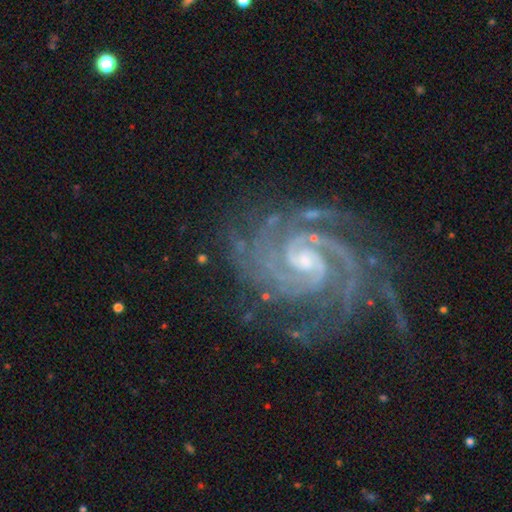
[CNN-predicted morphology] Q: Smooth or featured?
A: featured or disk (92%); runner-up: star or artifact (5%)
Q: Edge-on disk?
A: no (98%); runner-up: yes (2%)
Q: Bar?
A: weak (42%); tied with: no (42%)
Q: Spiral arms?
A: yes (99%); runner-up: no (1%)
Q: Spiral winding?
A: tight (72%); runner-up: medium (26%)
Q: Spiral arm count?
A: 2 (46%); runner-up: 3 (21%)
Q: Bulge size?
A: small (65%); runner-up: moderate (28%)
Q: Merging?
A: none (72%); runner-up: minor disturbance (17%)